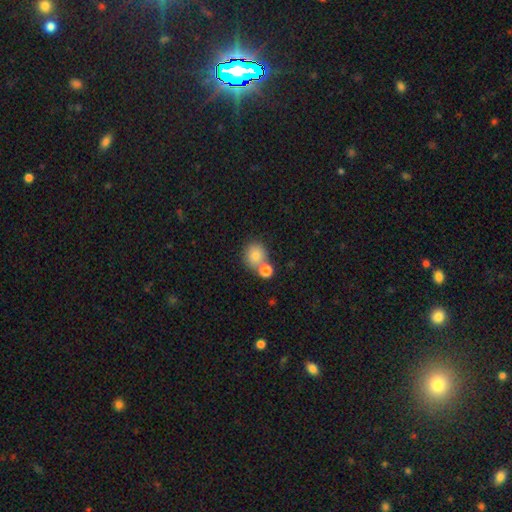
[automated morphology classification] This is clearly a smooth galaxy (80%). How rounded: clearly round (82%). Merging: possibly none (55%).